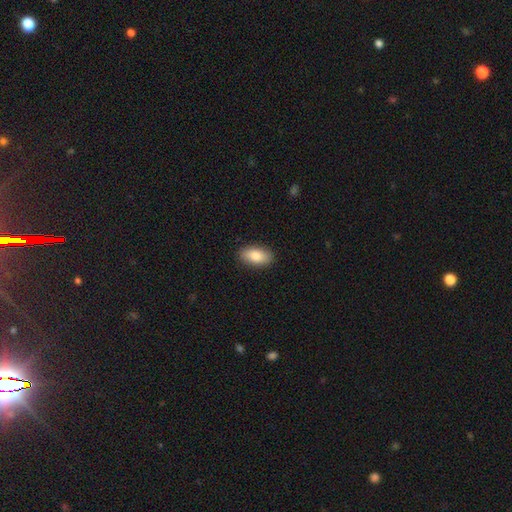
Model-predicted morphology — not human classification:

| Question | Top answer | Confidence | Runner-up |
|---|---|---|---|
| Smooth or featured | smooth | 83% | featured or disk (11%) |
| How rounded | in between | 92% | cigar-shaped (4%) |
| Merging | none | 89% | minor disturbance (8%) |